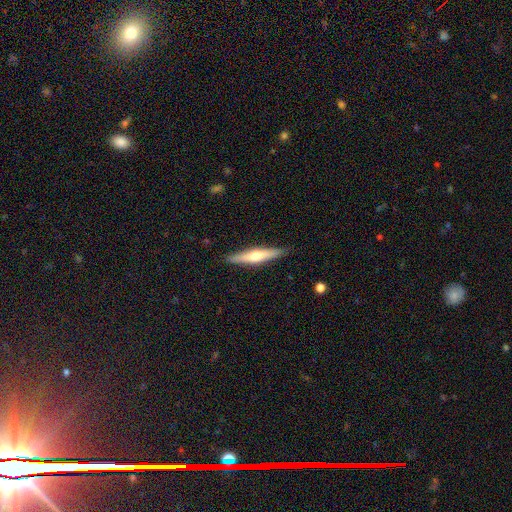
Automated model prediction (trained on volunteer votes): The model was most divided on "smooth or featured": featured or disk: 56%, smooth: 39%, star or artifact: 5%. More confident: edge-on disk — yes (96%); merging — none (89%); edge-on bulge — rounded (87%).